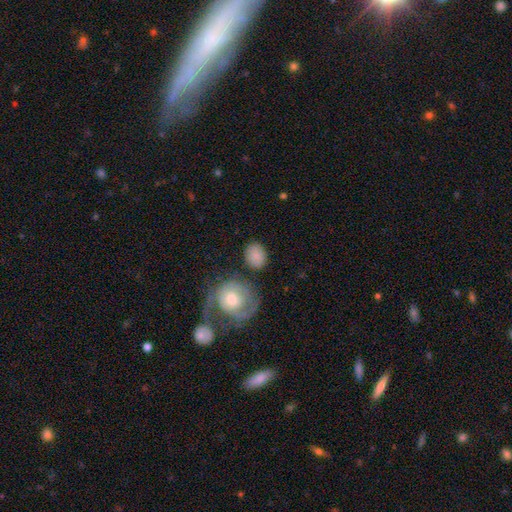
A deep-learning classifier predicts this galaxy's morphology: Smooth or featured? Predicted: smooth (p=0.84). How rounded? Predicted: round (p=0.52). Merging? Predicted: none (p=0.74).